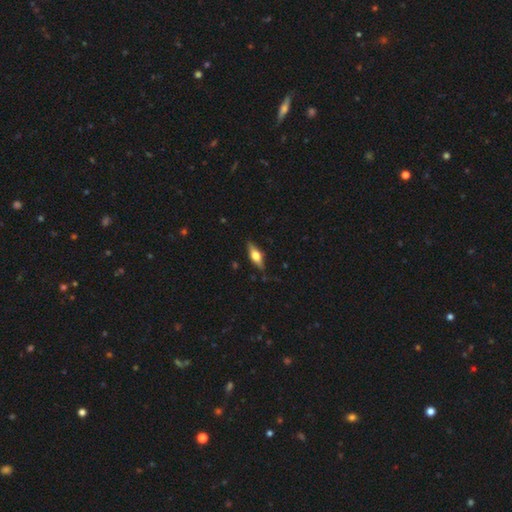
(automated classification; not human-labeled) Smooth or featured? featured or disk (49%)
Merging? none (82%)